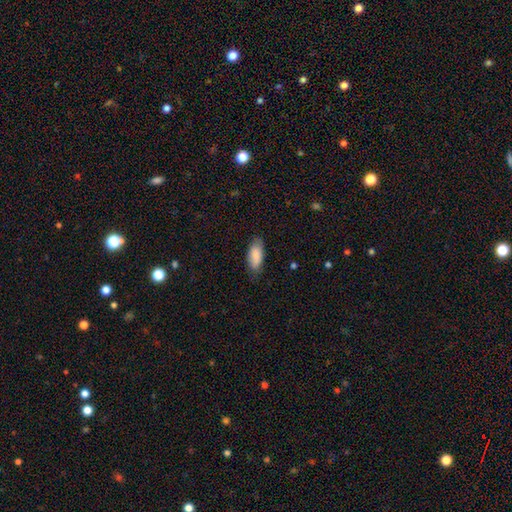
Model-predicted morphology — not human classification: A smooth galaxy with no disk features (87%) that is in between round and cigar-shaped (84%).

Vote fractions:
- Smooth or featured? smooth: 87% / featured or disk: 7% / star or artifact: 6%
- How rounded? in between: 84% / cigar-shaped: 14% / round: 2%
- Merging? none: 77% / minor disturbance: 19% / major disturbance: 4% / merger: 1%